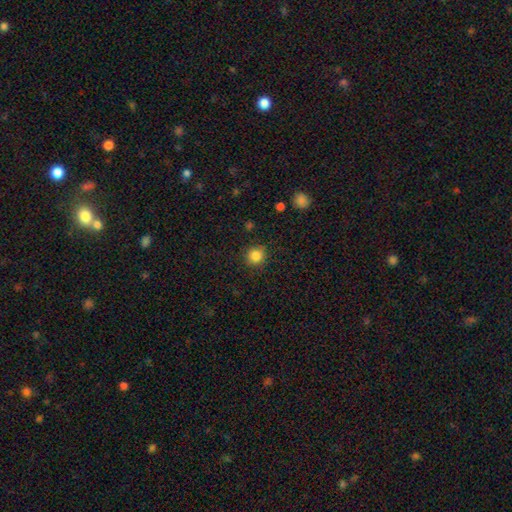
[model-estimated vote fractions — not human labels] Smooth or featured? Predicted: smooth (p=0.85). How rounded? Predicted: round (p=0.91). Merging? Predicted: none (p=0.87).